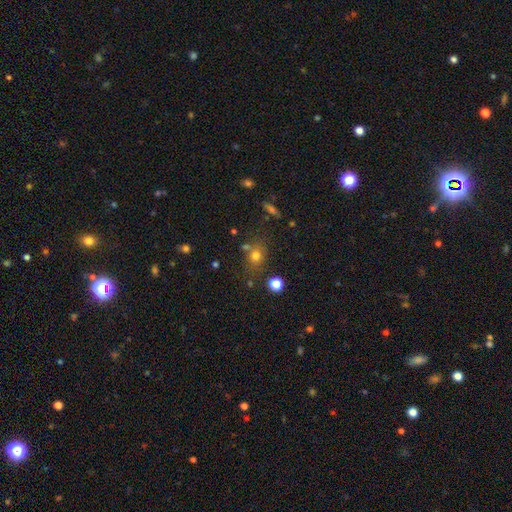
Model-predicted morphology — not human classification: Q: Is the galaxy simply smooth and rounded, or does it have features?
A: smooth — 72%.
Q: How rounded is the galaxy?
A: round — 72%.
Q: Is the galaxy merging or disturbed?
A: none — 66%.